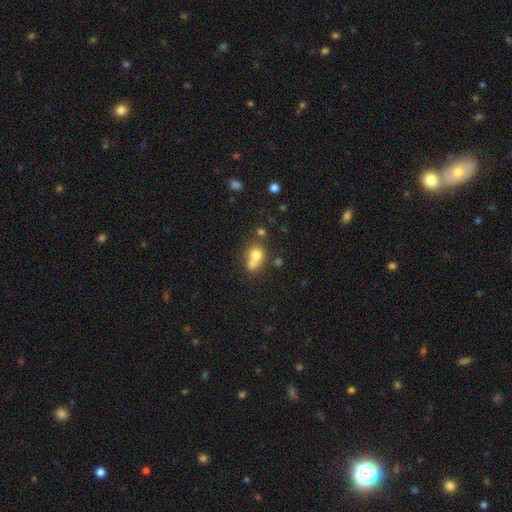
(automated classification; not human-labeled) A smooth galaxy with no disk features (71%) that is round (67%). Merging: merger (54%).